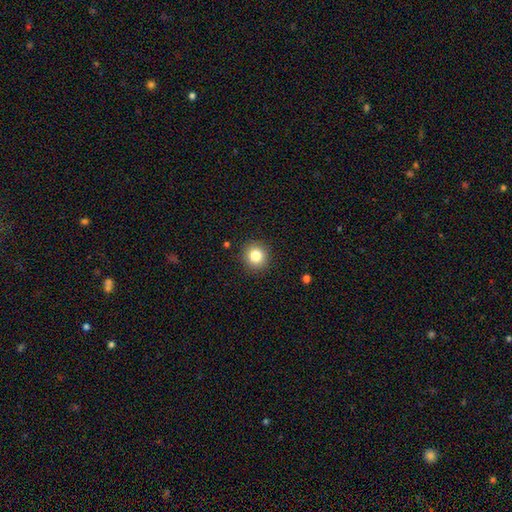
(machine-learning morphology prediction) smooth_or_featured: smooth (p=0.83) [alt: star or artifact p=0.11]
how_rounded: round (p=0.91) [alt: in between p=0.08]
merging: none (p=0.90) [alt: minor disturbance p=0.07]